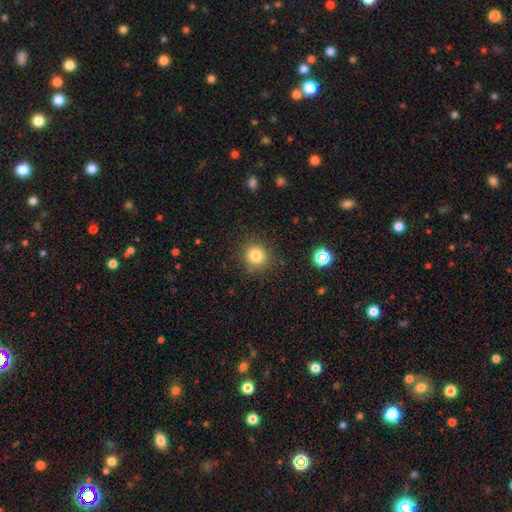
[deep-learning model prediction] Smooth or featured: smooth — 81% (star or artifact — 13%)
How rounded: round — 91% (in between — 8%)
Merging: none — 86% (minor disturbance — 9%)